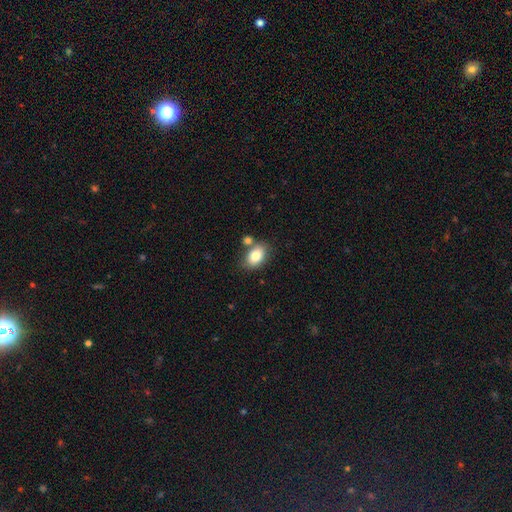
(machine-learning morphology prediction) smooth_or_featured: smooth (p=0.82) [alt: featured or disk p=0.10]
how_rounded: in between (p=0.85) [alt: round p=0.14]
merging: none (p=0.64) [alt: merger p=0.18]